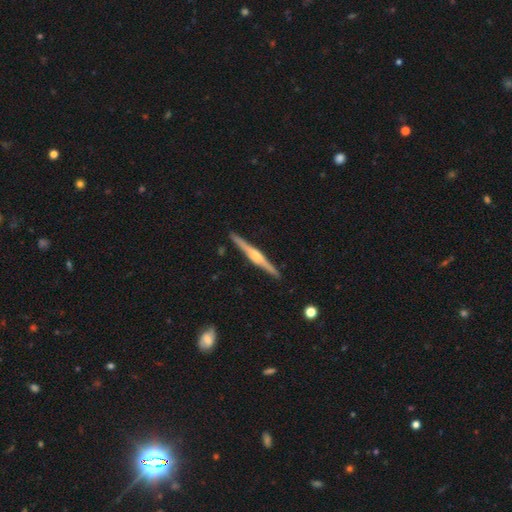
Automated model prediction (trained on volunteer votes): Smooth or featured? featured or disk (81%)
Edge-on disk? yes (99%)
Edge-on bulge? rounded (85%)
Merging? none (92%)